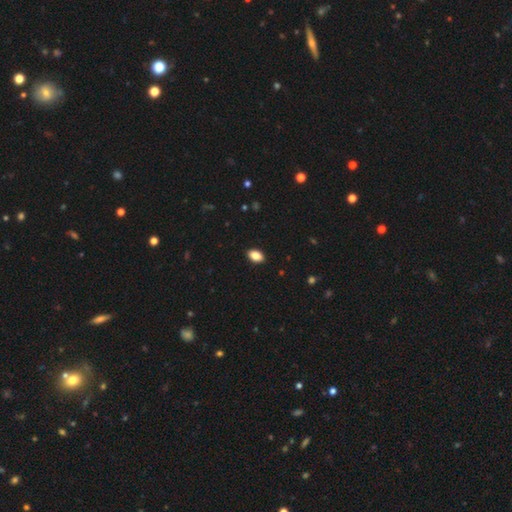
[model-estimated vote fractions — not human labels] This appears to be a smooth galaxy with no disk features (86%) that is in between round and cigar-shaped (90%). Merging: none (90%).